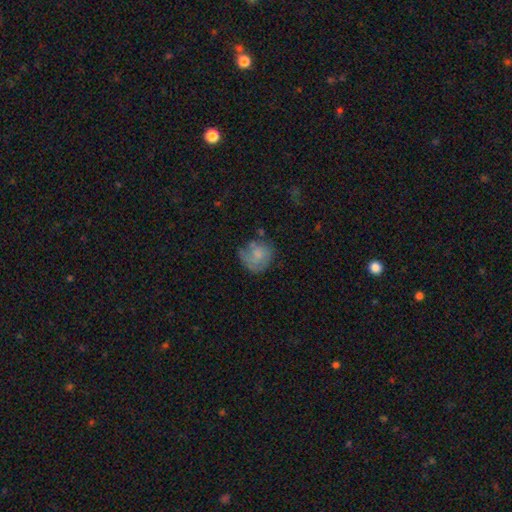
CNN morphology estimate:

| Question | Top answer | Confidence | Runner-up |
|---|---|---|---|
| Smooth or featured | smooth | 64% | featured or disk (27%) |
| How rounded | round | 80% | in between (19%) |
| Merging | none | 53% | minor disturbance (27%) |